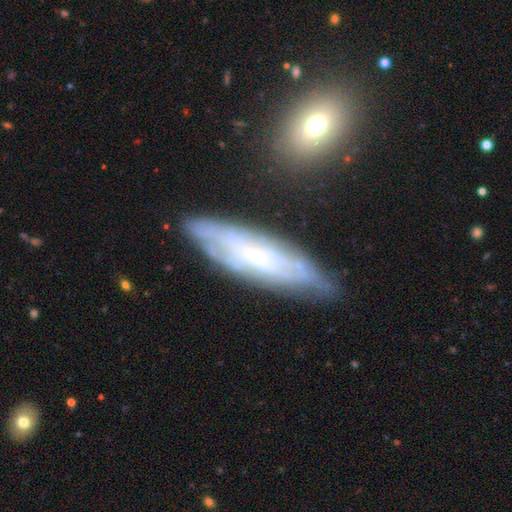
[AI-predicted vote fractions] The model was most divided on "edge-on disk": no: 67%, yes: 33%. More confident: smooth or featured — featured or disk (70%); merging — none (70%).